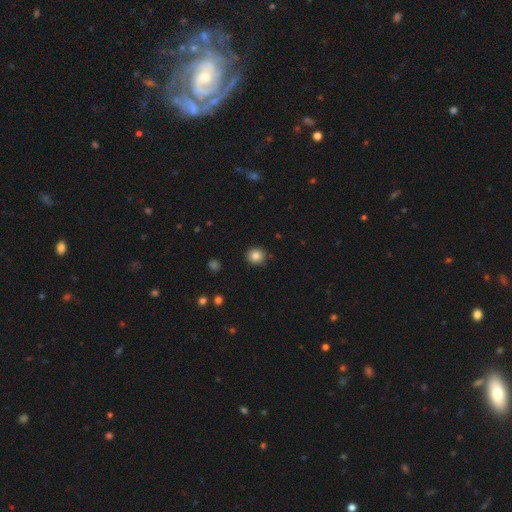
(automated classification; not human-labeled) smooth_or_featured: smooth (p=0.84) [alt: star or artifact p=0.11]
how_rounded: round (p=0.89) [alt: in between p=0.10]
merging: none (p=0.89) [alt: minor disturbance p=0.08]